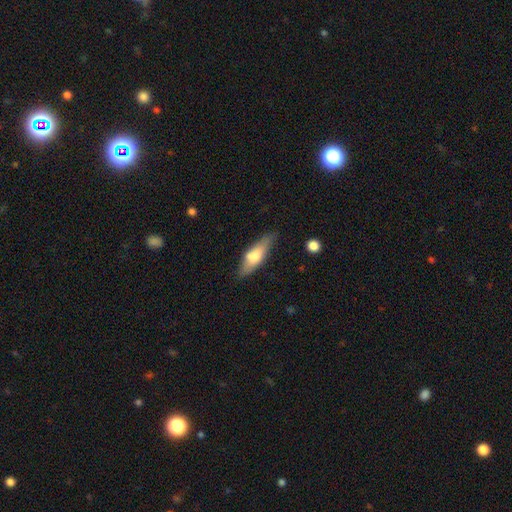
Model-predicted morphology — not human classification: type=smooth (63%); roundness=in between (50%); merging=none (75%).